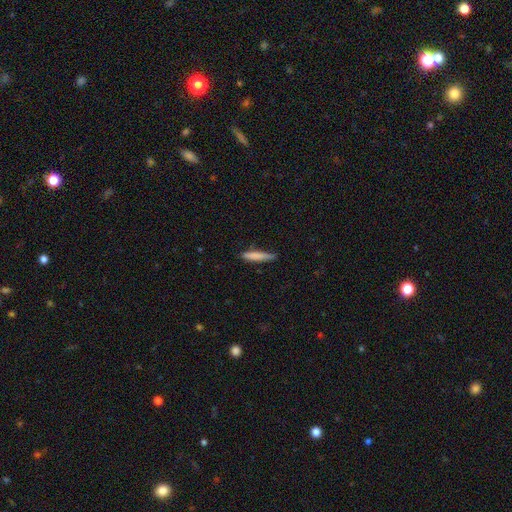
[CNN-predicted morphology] The model was most divided on "merging": none: 75%, minor disturbance: 20%, major disturbance: 3%, merger: 2%. More confident: how rounded — cigar-shaped (91%); smooth or featured — smooth (79%).